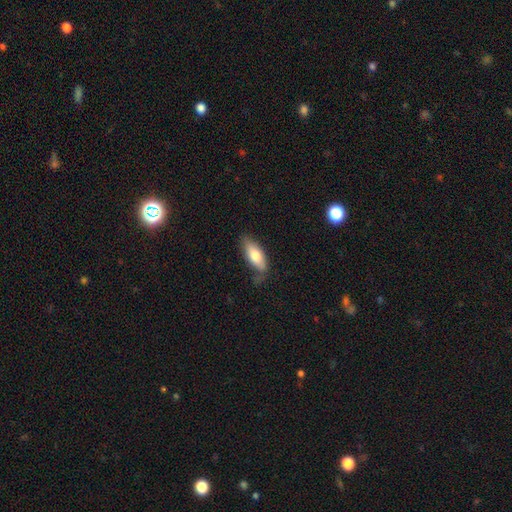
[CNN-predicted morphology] smooth-or-featured: smooth: 74% | featured or disk: 20% | star or artifact: 6%
  how-rounded: in between: 75% | cigar-shaped: 23% | round: 2%
  merging: none: 61% | minor disturbance: 28% | major disturbance: 8% | merger: 3%